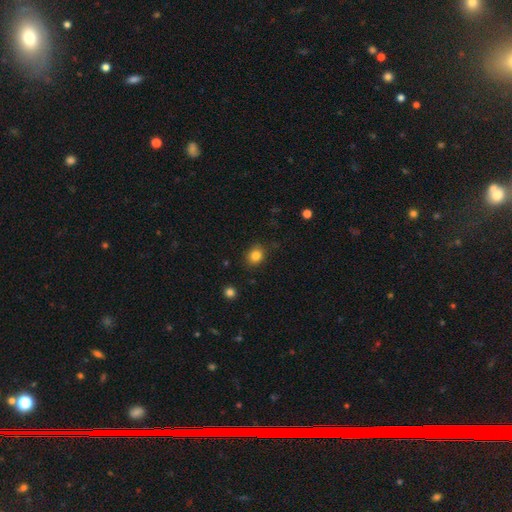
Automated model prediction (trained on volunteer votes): This appears to be a smooth galaxy with no disk features (83%) that is round (68%). Merging: none (84%).